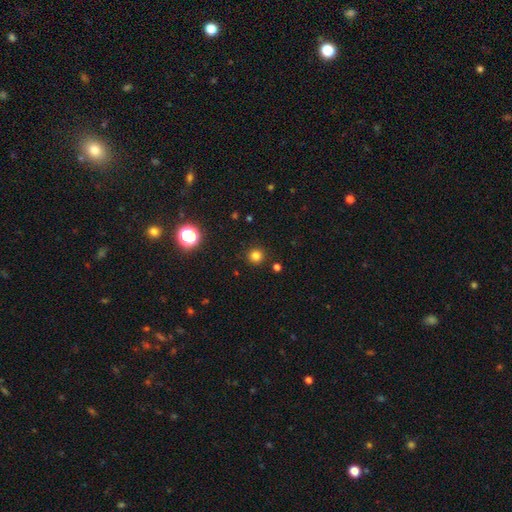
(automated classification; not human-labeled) Smooth or featured? Predicted: smooth (p=0.79). How rounded? Predicted: round (p=0.95). Merging? Predicted: none (p=0.91).